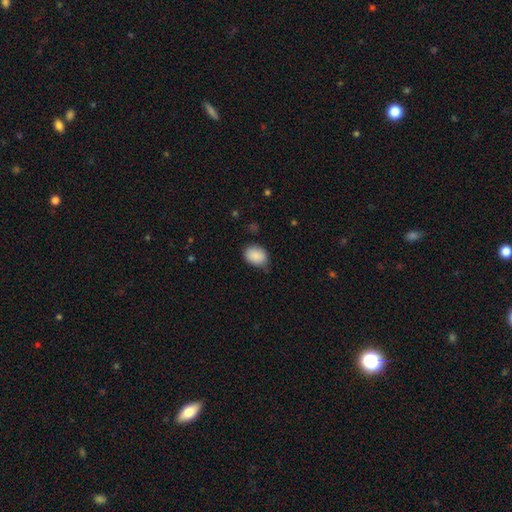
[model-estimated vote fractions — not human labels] This is clearly a smooth galaxy (89%). How rounded: likely in between (72%). Merging: likely none (71%).